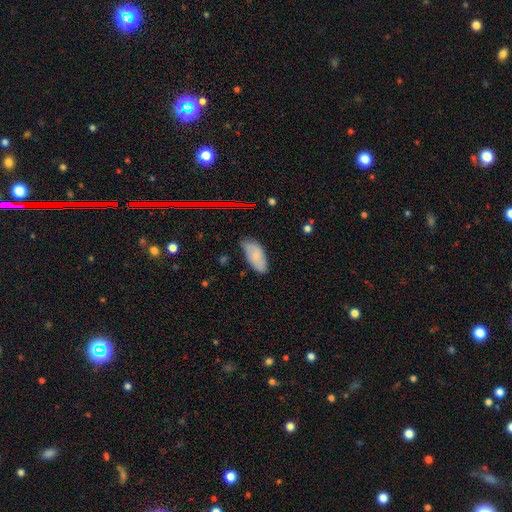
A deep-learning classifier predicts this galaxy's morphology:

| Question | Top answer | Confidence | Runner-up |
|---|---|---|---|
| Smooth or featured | smooth | 72% | featured or disk (20%) |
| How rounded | in between | 90% | cigar-shaped (7%) |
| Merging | none | 71% | minor disturbance (23%) |